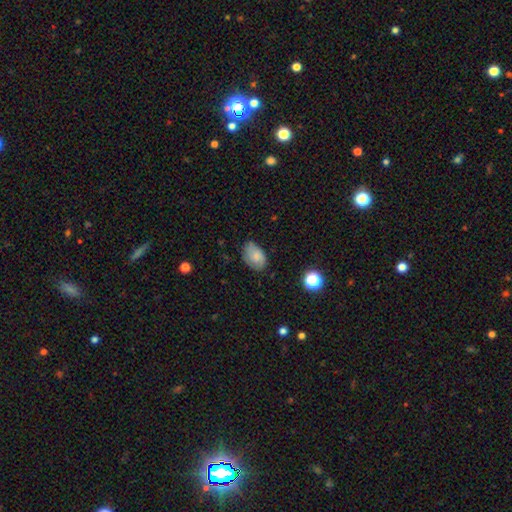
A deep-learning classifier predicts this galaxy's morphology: type=smooth (72%); roundness=in between (86%); merging=none (66%).